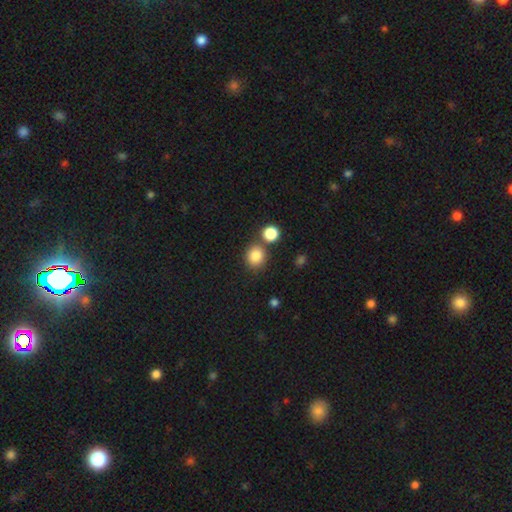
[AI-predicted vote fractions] Q: Smooth or featured?
A: smooth (85%); runner-up: star or artifact (10%)
Q: How rounded?
A: round (83%); runner-up: in between (16%)
Q: Merging?
A: none (72%); runner-up: merger (16%)